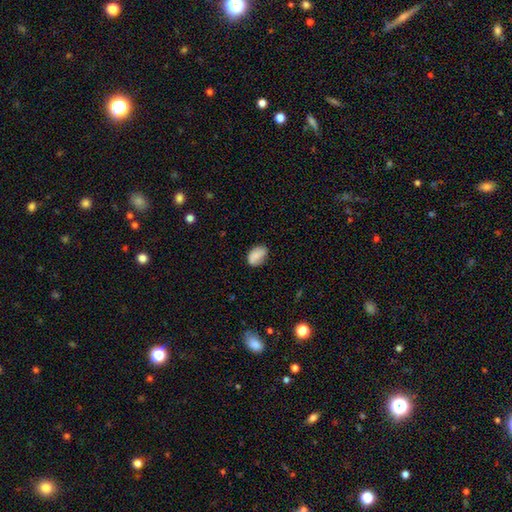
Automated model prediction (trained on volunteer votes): smooth 82%, featured or disk 10%, star or artifact 8%. Down the decision tree: how rounded — in between (86%); merging — none (68%).